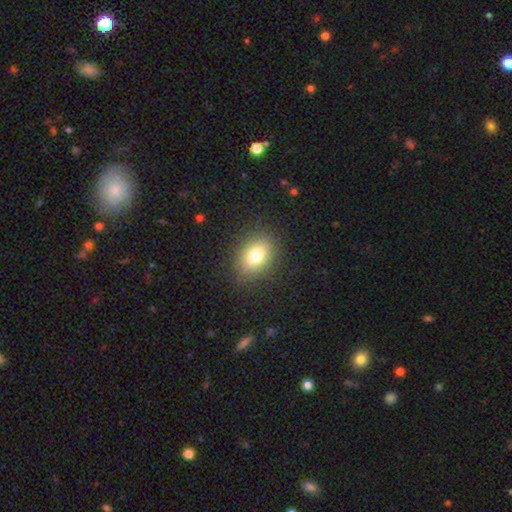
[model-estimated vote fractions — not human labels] Smooth or featured? smooth (78%)
How rounded? in between (69%)
Merging? none (86%)